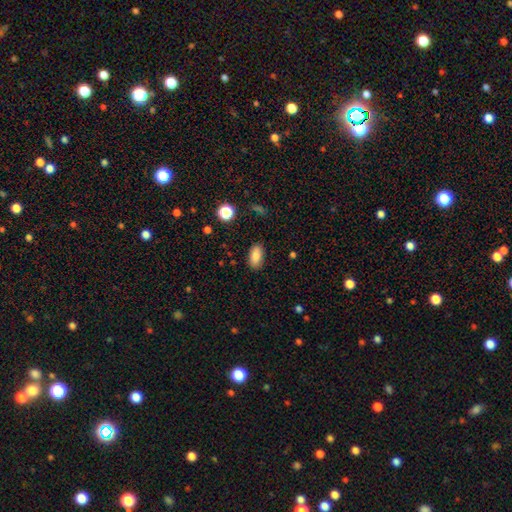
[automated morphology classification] The model was most divided on "smooth or featured": smooth: 86%, star or artifact: 8%, featured or disk: 6%. More confident: how rounded — in between (91%); merging — none (87%).